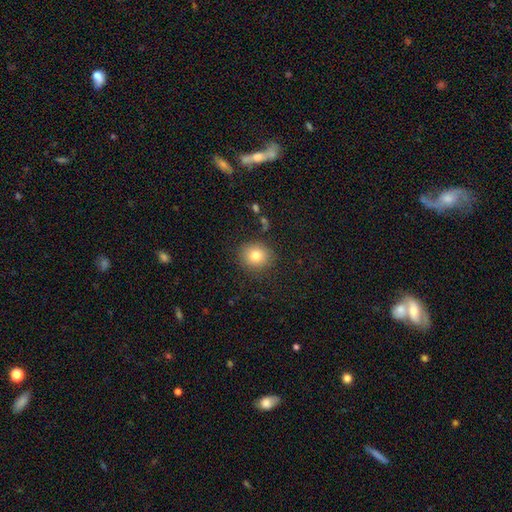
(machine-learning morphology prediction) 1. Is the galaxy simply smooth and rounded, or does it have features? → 78% smooth, 12% star or artifact, 10% featured or disk.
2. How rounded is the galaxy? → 82% round, 17% in between, 1% cigar-shaped.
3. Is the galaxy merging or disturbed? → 87% none, 9% minor disturbance, 3% major disturbance, 2% merger.